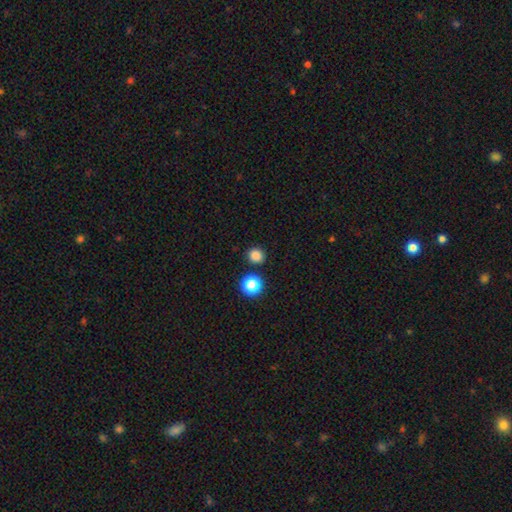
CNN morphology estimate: type=smooth (83%); roundness=round (87%); merging=none (86%).